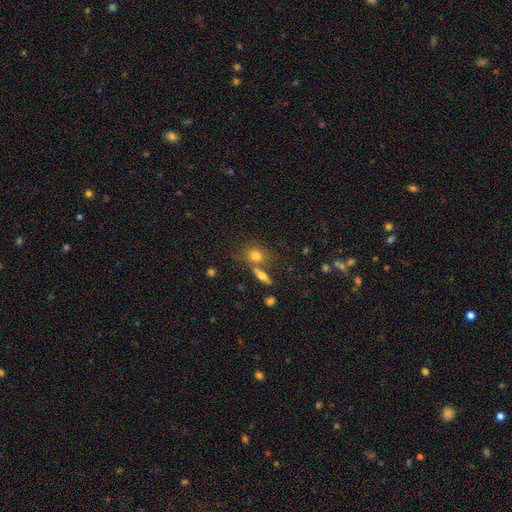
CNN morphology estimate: smooth-or-featured: smooth: 75% | featured or disk: 15% | star or artifact: 11%
  how-rounded: round: 50% | in between: 45% | cigar-shaped: 5%
  merging: none: 54% | merger: 29% | minor disturbance: 12% | major disturbance: 5%